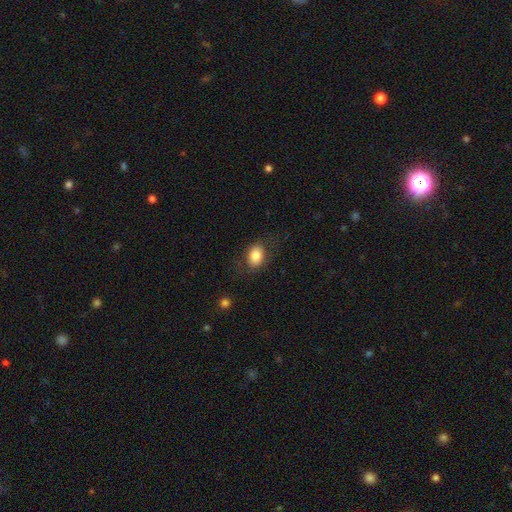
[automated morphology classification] The model was most divided on "how rounded": in between: 73%, round: 26%, cigar-shaped: 1%. More confident: smooth or featured — smooth (82%); merging — none (77%).